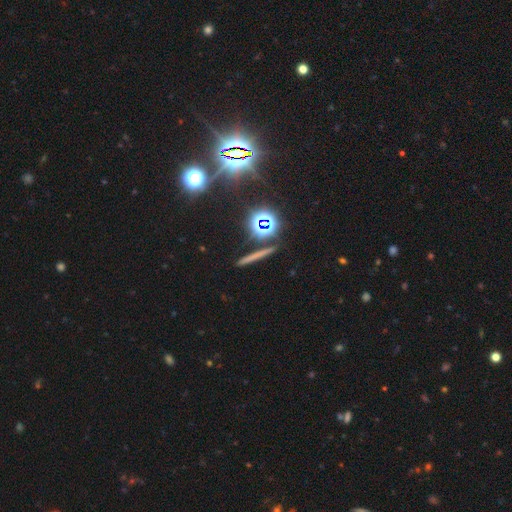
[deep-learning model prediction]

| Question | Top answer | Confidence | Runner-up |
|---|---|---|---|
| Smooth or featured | smooth | 39% | star or artifact (34%) |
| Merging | none | 87% | minor disturbance (7%) |